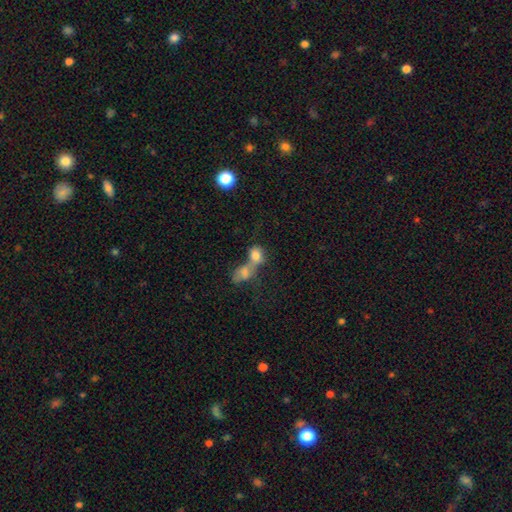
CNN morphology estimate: A smooth galaxy with no disk features (76%) that is in between round and cigar-shaped (50%). Merging: merger (69%).